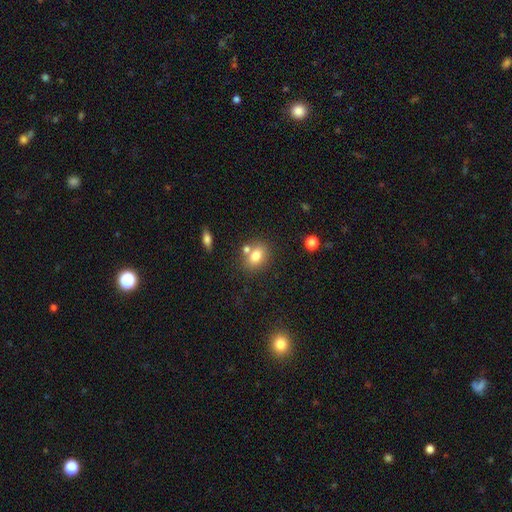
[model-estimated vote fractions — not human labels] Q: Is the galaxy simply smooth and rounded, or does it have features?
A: smooth — 77%.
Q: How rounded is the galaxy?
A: in between — 67%.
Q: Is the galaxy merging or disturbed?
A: none — 63%.